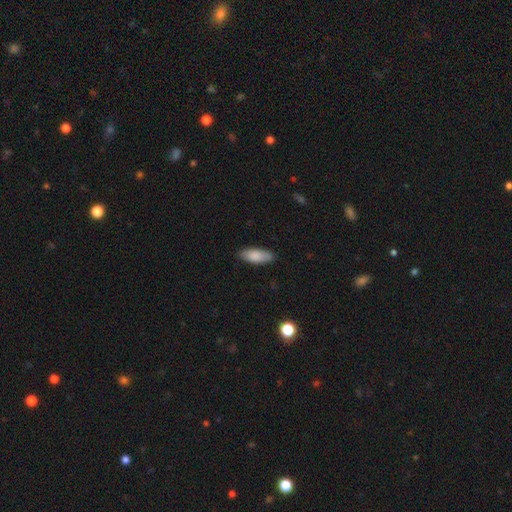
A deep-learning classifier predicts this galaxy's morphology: A smooth galaxy with no disk features (85%) that is in between round and cigar-shaped (76%). Merging: none (84%).